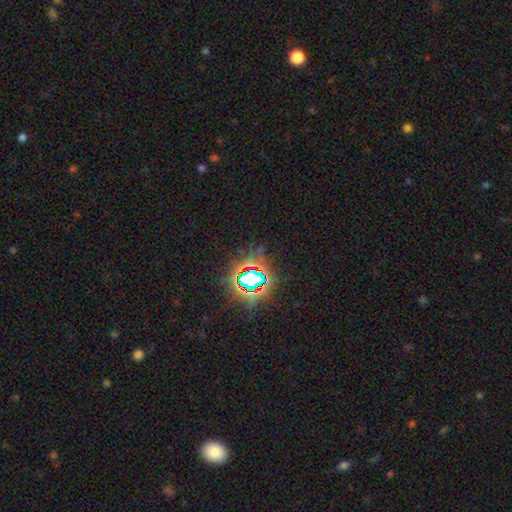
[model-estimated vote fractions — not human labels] Q: Smooth or featured?
A: star or artifact (81%); runner-up: smooth (12%)